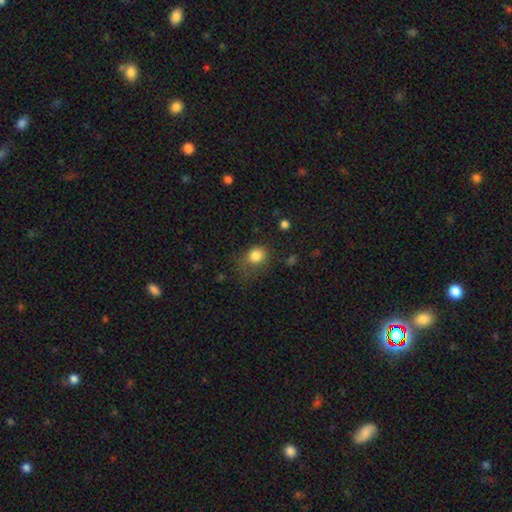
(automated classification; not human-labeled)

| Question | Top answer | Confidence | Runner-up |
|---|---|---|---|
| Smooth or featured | smooth | 83% | star or artifact (11%) |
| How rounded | round | 69% | in between (30%) |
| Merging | none | 53% | minor disturbance (28%) |